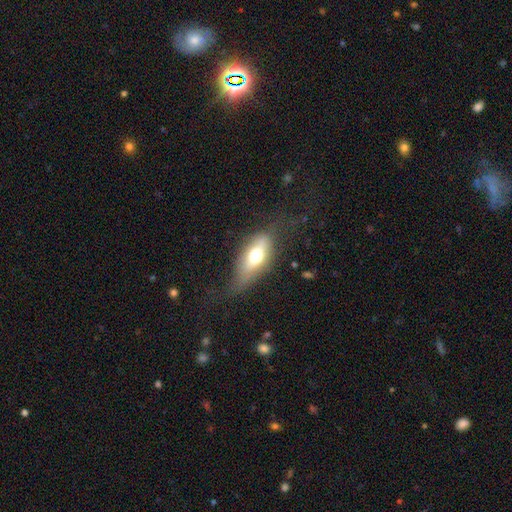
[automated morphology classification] smooth 54%, featured or disk 38%, star or artifact 8%. Down the decision tree: how rounded — in between (76%); merging — none (56%).